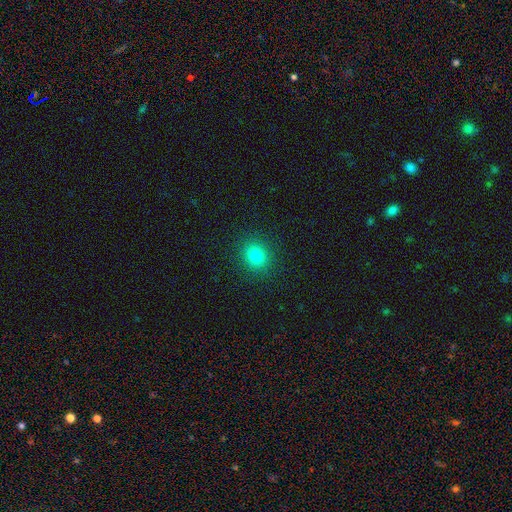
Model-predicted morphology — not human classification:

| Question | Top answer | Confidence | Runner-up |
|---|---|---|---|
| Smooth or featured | smooth | 80% | star or artifact (14%) |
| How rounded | round | 83% | in between (16%) |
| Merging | none | 91% | minor disturbance (6%) |